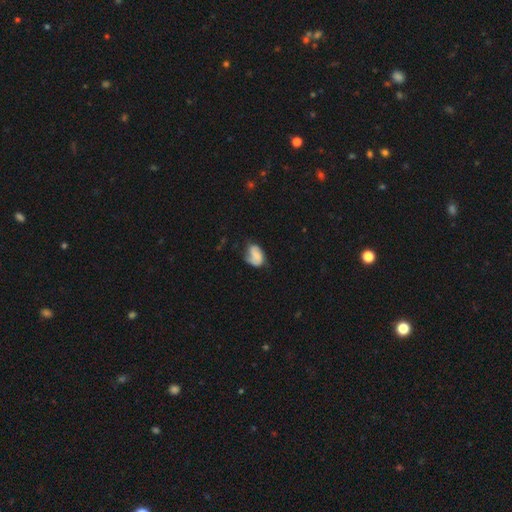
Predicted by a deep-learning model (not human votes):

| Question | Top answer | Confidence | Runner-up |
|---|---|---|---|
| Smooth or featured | smooth | 53% | featured or disk (38%) |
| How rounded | in between | 82% | round (17%) |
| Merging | none | 44% | minor disturbance (34%) |